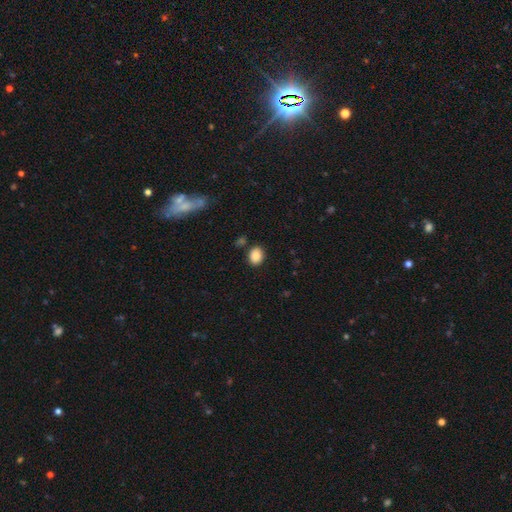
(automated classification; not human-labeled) smooth 87%, star or artifact 9%, featured or disk 5%. Down the decision tree: how rounded — in between (53%); merging — none (85%).